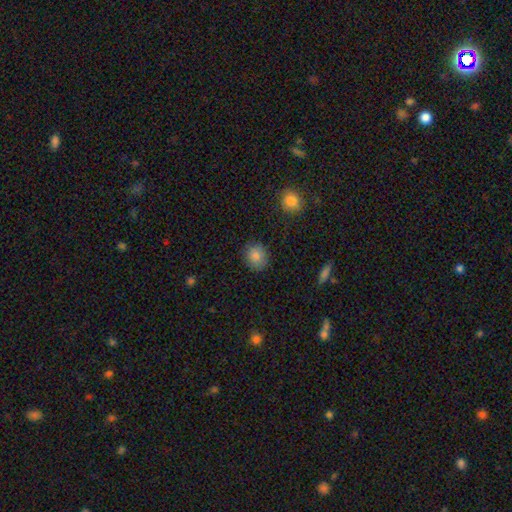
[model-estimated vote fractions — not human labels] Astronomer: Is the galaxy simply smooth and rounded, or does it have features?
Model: smooth — 85%.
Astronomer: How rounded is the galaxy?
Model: round — 73%.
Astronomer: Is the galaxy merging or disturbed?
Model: none — 88%.